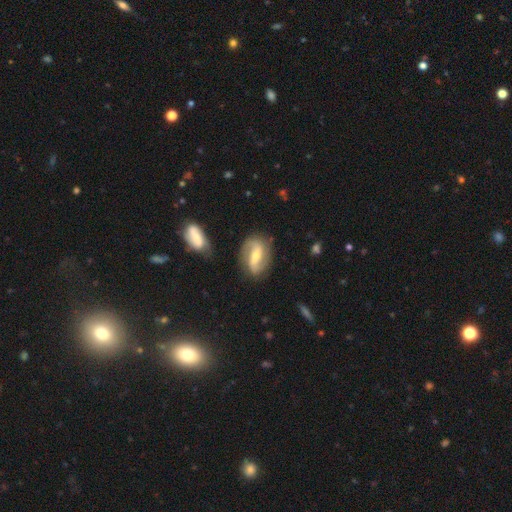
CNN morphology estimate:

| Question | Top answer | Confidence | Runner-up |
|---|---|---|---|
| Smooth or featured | featured or disk | 79% | smooth (15%) |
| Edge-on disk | no | 95% | yes (5%) |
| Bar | strong | 41% | weak (36%) |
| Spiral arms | yes | 93% | no (7%) |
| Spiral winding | loose | 42% | medium (40%) |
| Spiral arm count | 2 | 90% | can't tell (4%) |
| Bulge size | moderate | 51% | small (43%) |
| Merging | none | 77% | minor disturbance (15%) |